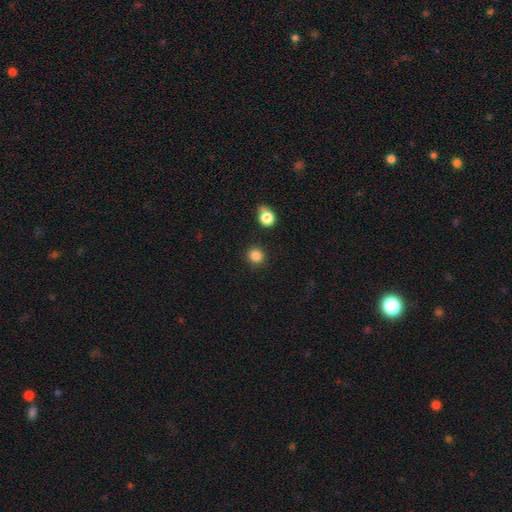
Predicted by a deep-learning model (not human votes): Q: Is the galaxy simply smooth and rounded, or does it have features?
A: smooth — 85%.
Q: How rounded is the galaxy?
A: round — 89%.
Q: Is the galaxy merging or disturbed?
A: none — 88%.